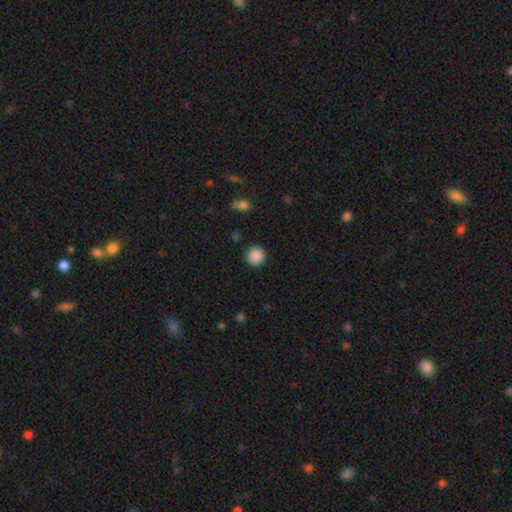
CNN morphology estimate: Smooth or featured? smooth (88%)
How rounded? round (93%)
Merging? none (91%)